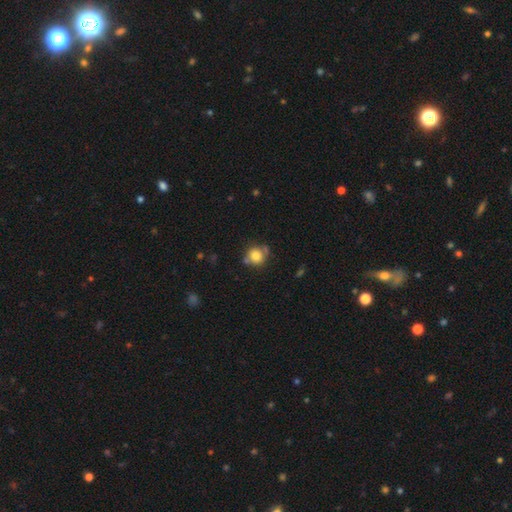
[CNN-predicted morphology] Q: Smooth or featured?
A: smooth (80%); runner-up: star or artifact (10%)
Q: How rounded?
A: round (88%); runner-up: in between (11%)
Q: Merging?
A: none (65%); runner-up: minor disturbance (18%)